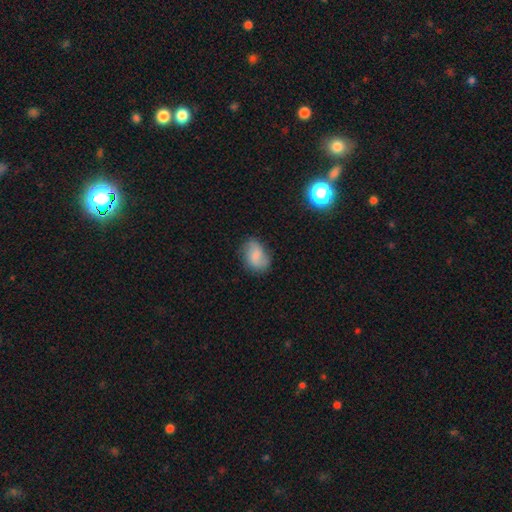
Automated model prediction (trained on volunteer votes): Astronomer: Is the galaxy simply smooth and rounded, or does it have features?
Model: smooth — 65%.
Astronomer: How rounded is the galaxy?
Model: in between — 77%.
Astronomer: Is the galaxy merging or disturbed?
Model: none — 69%.